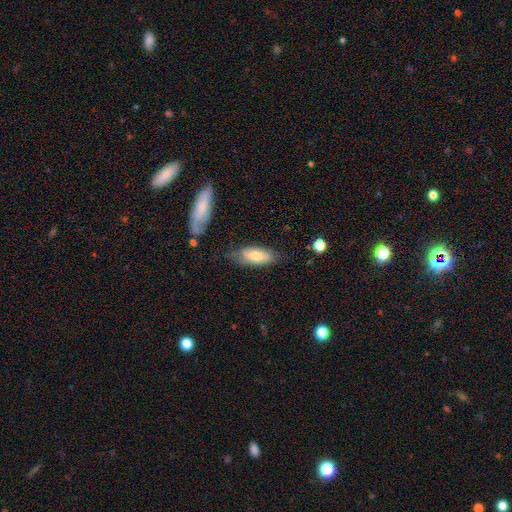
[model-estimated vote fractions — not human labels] Morphology: type=smooth (64%); roundness=in between (74%); merging=none (67%).